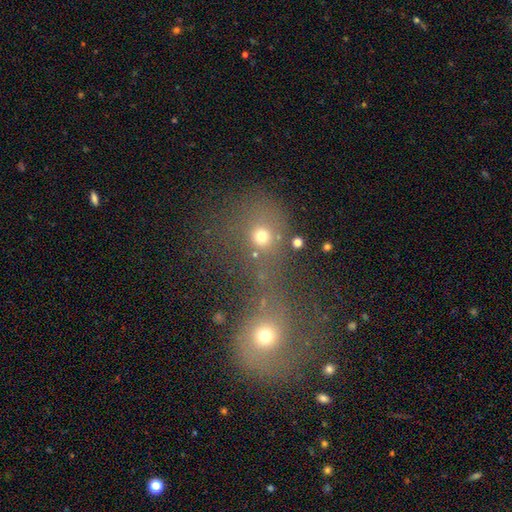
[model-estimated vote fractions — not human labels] Q: Smooth or featured?
A: smooth (62%); runner-up: star or artifact (23%)
Q: How rounded?
A: round (80%); runner-up: in between (19%)
Q: Merging?
A: merger (61%); runner-up: none (25%)